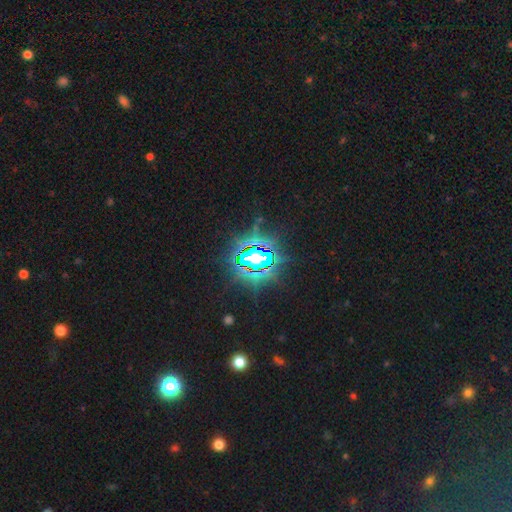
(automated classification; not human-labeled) This is clearly a star or artifact rather than a galaxy (81%).